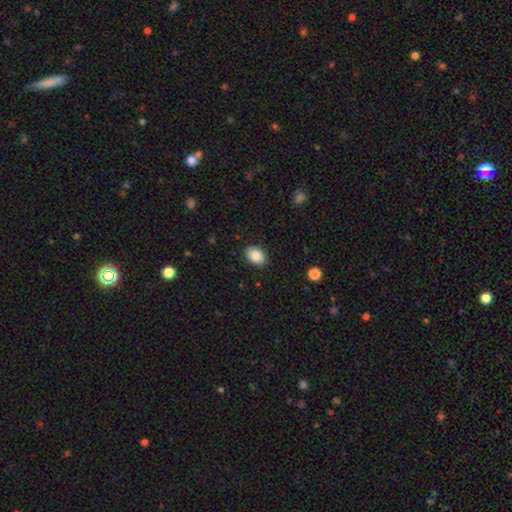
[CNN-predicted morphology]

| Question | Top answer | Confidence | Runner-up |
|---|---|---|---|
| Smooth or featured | smooth | 86% | star or artifact (7%) |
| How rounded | in between | 82% | round (17%) |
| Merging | none | 89% | minor disturbance (9%) |